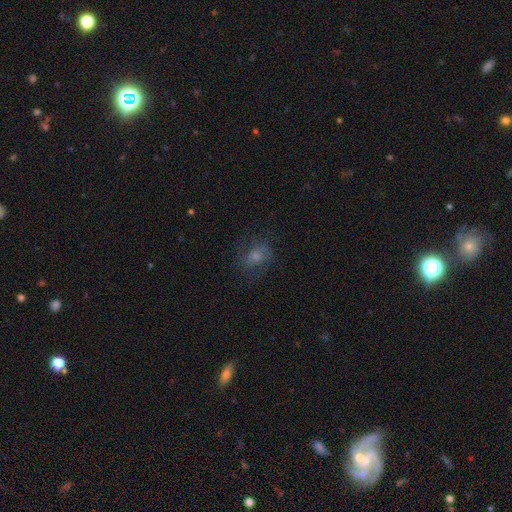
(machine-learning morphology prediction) smooth 42%, featured or disk 35%, star or artifact 23%. Down the decision tree: merging — none (70%).